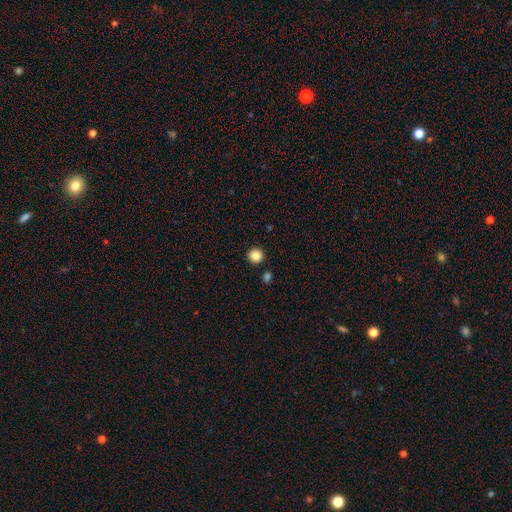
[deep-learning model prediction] smooth_or_featured: smooth (p=0.86) [alt: star or artifact p=0.10]
how_rounded: round (p=0.96) [alt: in between p=0.03]
merging: none (p=0.91) [alt: minor disturbance p=0.05]